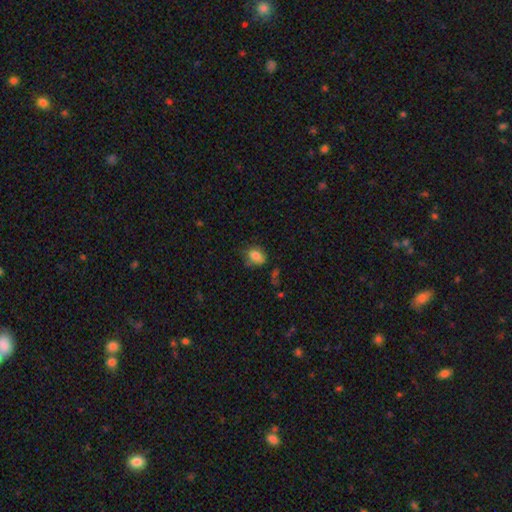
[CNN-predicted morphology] This appears to be a smooth galaxy with no disk features (82%) that is in between round and cigar-shaped (67%). Merging: none (53%).